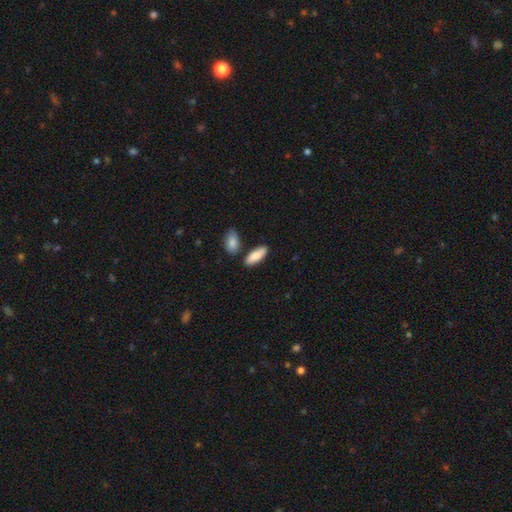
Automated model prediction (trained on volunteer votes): The model was most divided on "how rounded": in between: 71%, cigar-shaped: 26%, round: 2%. More confident: smooth or featured — smooth (85%); merging — none (75%).